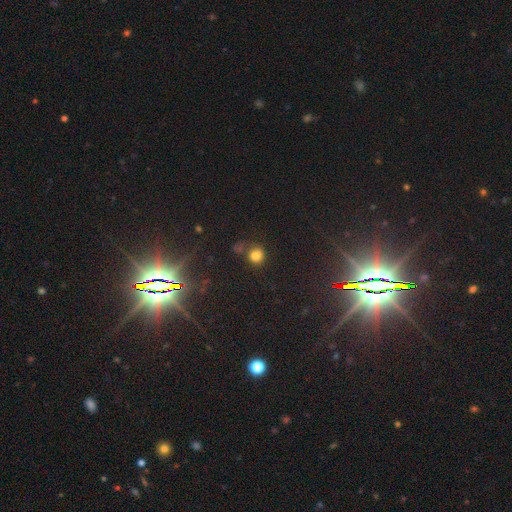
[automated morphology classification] Smooth or featured? smooth (77%)
How rounded? round (84%)
Merging? none (64%)